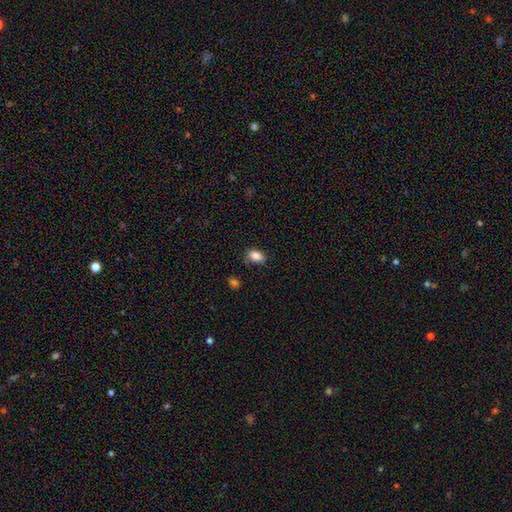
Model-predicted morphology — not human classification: smooth-or-featured: smooth: 85% | star or artifact: 9% | featured or disk: 6%
  how-rounded: in between: 84% | round: 14% | cigar-shaped: 2%
  merging: none: 68% | minor disturbance: 24% | major disturbance: 6% | merger: 3%